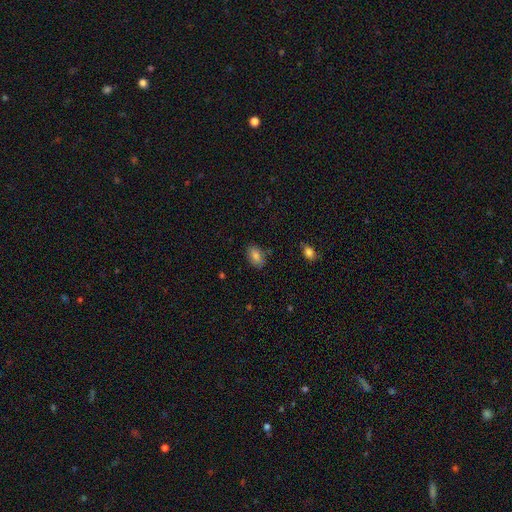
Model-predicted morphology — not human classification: Smooth or featured? Predicted: smooth (p=0.82). How rounded? Predicted: in between (p=0.87). Merging? Predicted: none (p=0.81).